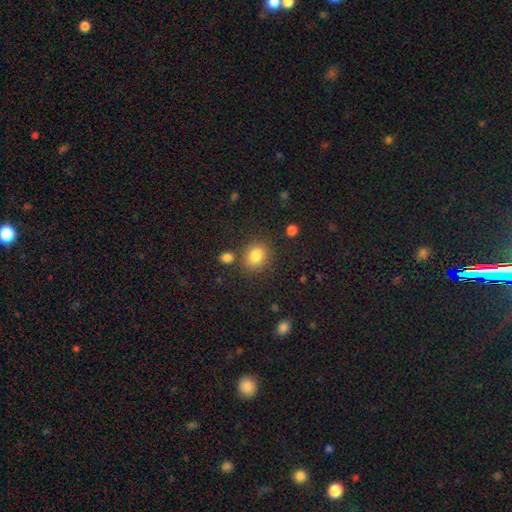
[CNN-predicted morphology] type=smooth (84%); roundness=in between (56%); merging=none (75%).